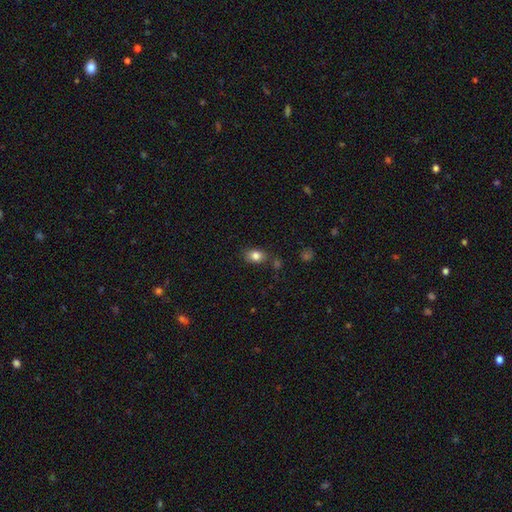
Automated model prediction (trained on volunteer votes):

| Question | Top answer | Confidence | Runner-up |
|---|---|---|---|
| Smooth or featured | smooth | 83% | star or artifact (10%) |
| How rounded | in between | 74% | round (25%) |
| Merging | none | 76% | minor disturbance (15%) |